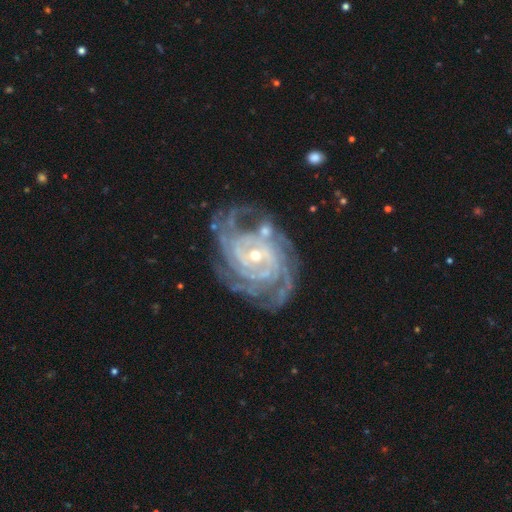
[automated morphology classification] This is clearly a featured or disk galaxy (92%). It is clearly not viewed edge-on (97%). Bar: possibly no (59%). Spiral arm pattern: clearly yes (98%). Spiral arm count: marginally 4 (29%). Spiral winding: likely tight (73%). Central bulge: likely small (69%). Merging: likely none (66%).